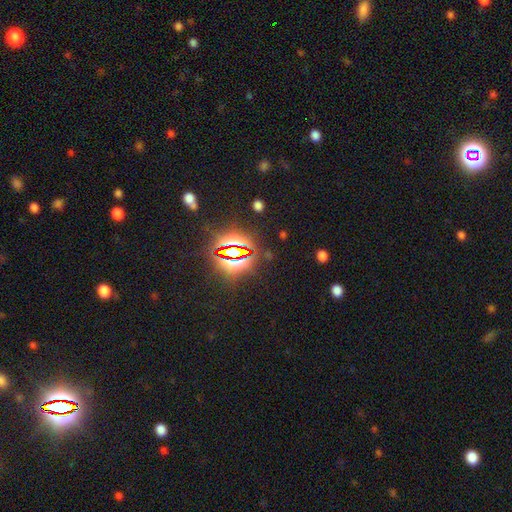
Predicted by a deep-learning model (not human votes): Overall: star or artifact (84%).